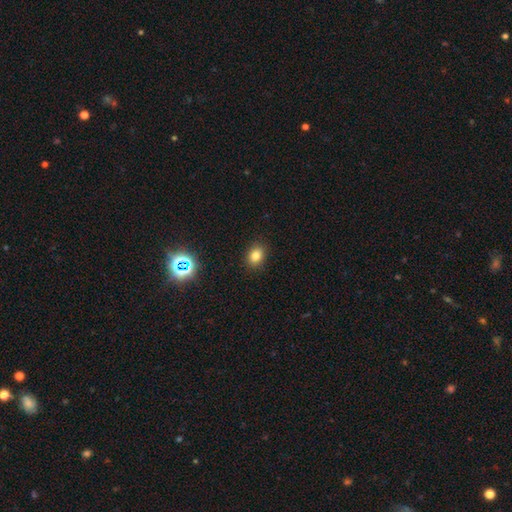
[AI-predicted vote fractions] Smooth or featured: smooth — 79% (star or artifact — 15%)
How rounded: in between — 56% (round — 43%)
Merging: none — 88% (minor disturbance — 8%)